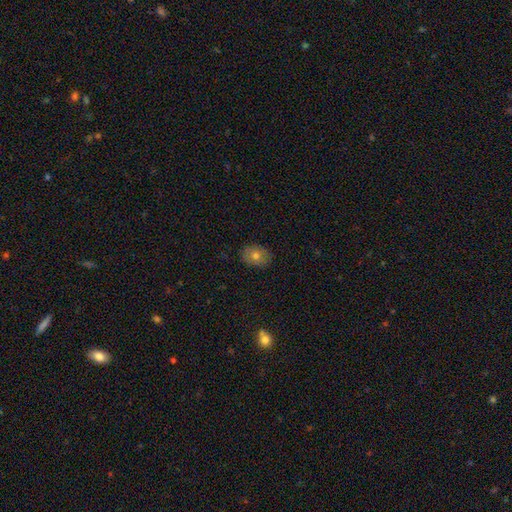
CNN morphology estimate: Smooth or featured: smooth — 72% (featured or disk — 18%)
How rounded: in between — 68% (round — 31%)
Merging: none — 86% (minor disturbance — 11%)